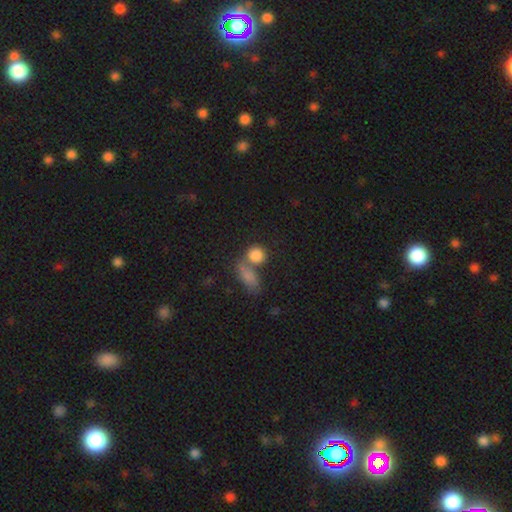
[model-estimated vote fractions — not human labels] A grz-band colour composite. It shows a smooth galaxy with no disk features (84%) that is round (74%). Merging: none (45%).